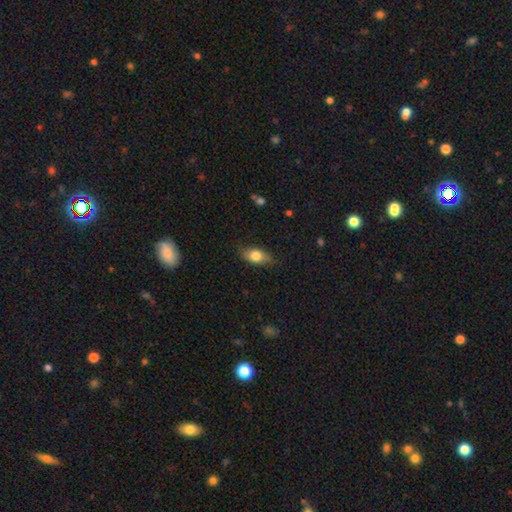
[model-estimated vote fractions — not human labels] Smooth or featured: smooth — 77% (featured or disk — 16%)
How rounded: in between — 84% (round — 8%)
Merging: none — 76% (minor disturbance — 19%)